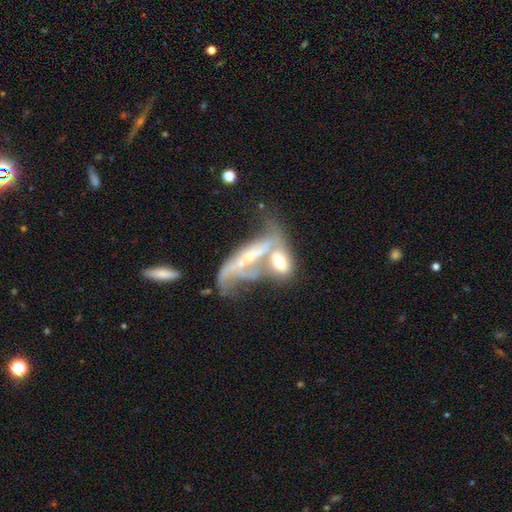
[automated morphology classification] Smooth or featured: featured or disk — 71% (smooth — 19%)
Edge-on disk: no — 76% (yes — 24%)
Bar: no — 45% (weak — 29%)
Spiral arms: yes — 72% (no — 28%)
Bulge size: small — 50% (moderate — 36%)
Merging: merger — 57% (none — 18%)